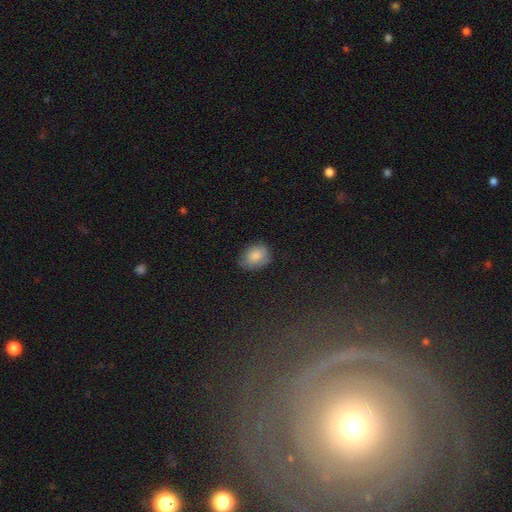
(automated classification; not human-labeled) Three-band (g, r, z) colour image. It shows a smooth galaxy with no disk features (84%) that is in between round and cigar-shaped (66%). Merging: none (67%).